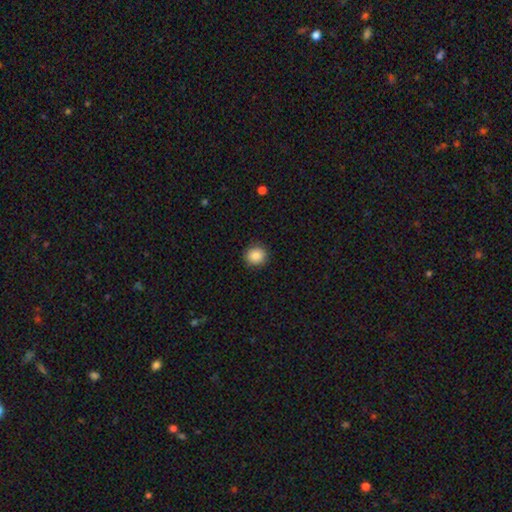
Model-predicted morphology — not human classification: smooth 86%, star or artifact 9%, featured or disk 5%. Down the decision tree: how rounded — round (88%); merging — none (90%).